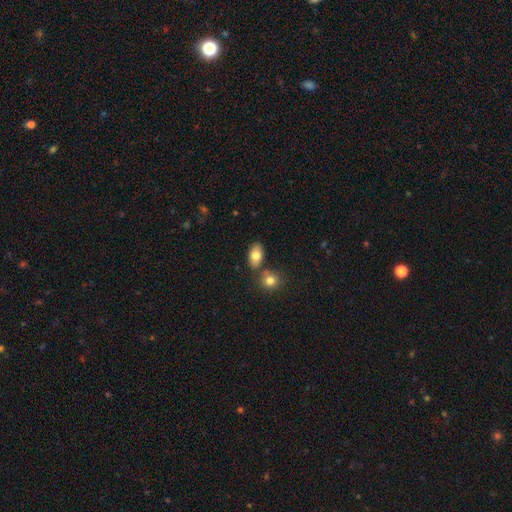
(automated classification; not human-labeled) smooth 80%, featured or disk 12%, star or artifact 8%. Down the decision tree: how rounded — in between (89%); merging — none (68%).